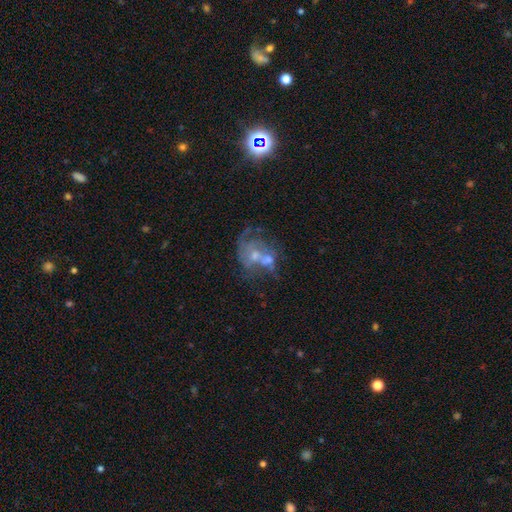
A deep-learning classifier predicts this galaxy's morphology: A featured or disk galaxy (66%) with no bar (74%), spiral arms (65%) and a small central bulge (47%).

Vote fractions:
- Smooth or featured? featured or disk: 66% / smooth: 18% / star or artifact: 17%
- Edge-on disk? no: 97% / yes: 3%
- Bar? no: 74% / weak: 21% / strong: 5%
- Spiral arms? yes: 65% / no: 35%
- Bulge size? small: 47% / moderate: 39% / none: 9% / large: 3% / dominant: 2%
- Merging? merger: 44% / none: 26% / major disturbance: 18% / minor disturbance: 12%